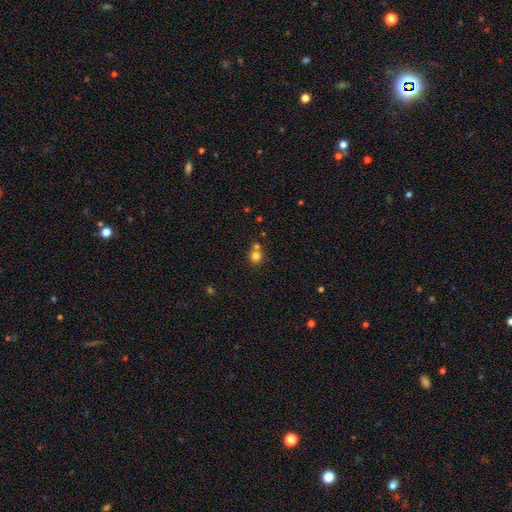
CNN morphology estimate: This is likely a smooth galaxy (79%). How rounded: clearly round (88%). Merging: possibly none (57%).